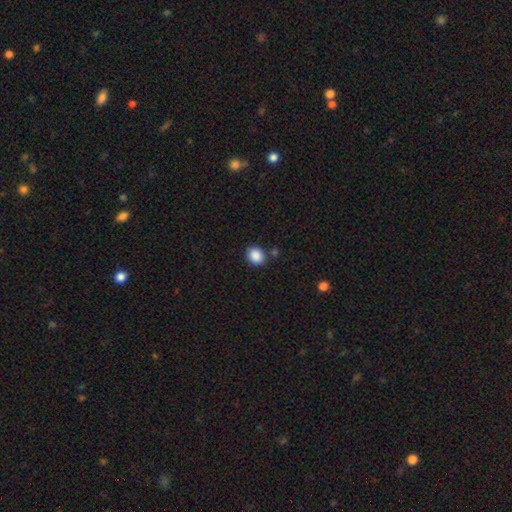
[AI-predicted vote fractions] Smooth or featured: smooth — 88% (star or artifact — 9%)
How rounded: round — 62% (in between — 37%)
Merging: none — 82% (minor disturbance — 10%)